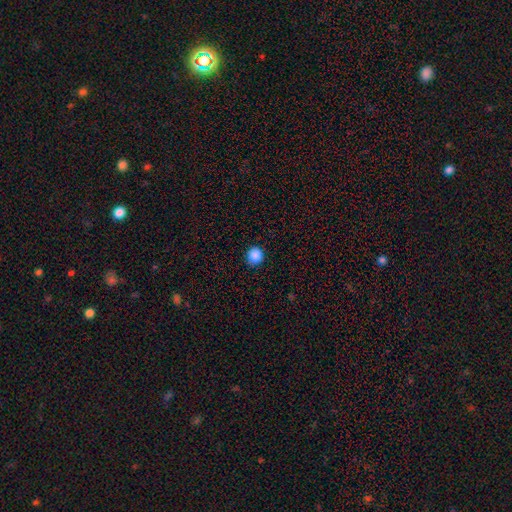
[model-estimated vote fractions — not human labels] smooth-or-featured: smooth: 87% | star or artifact: 10% | featured or disk: 3%
  how-rounded: round: 92% | in between: 8% | cigar-shaped: 1%
  merging: none: 89% | minor disturbance: 8% | major disturbance: 2% | merger: 1%